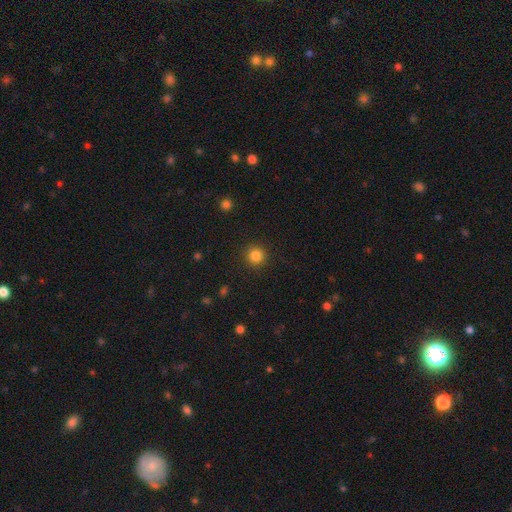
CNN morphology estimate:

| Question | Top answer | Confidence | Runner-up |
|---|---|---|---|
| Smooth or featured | smooth | 83% | star or artifact (12%) |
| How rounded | round | 95% | in between (4%) |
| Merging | none | 91% | minor disturbance (6%) |